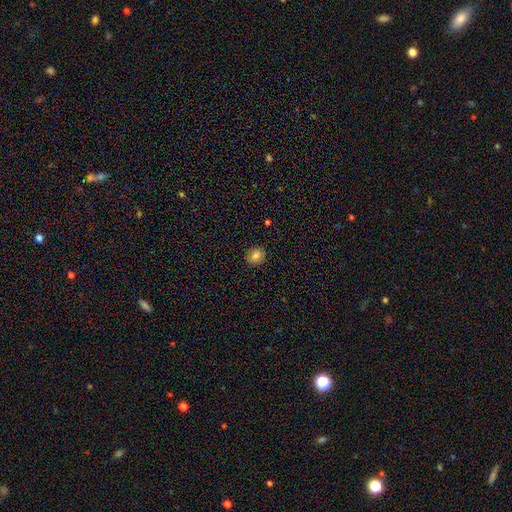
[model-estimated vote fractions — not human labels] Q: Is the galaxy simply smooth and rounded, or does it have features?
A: smooth — 76%.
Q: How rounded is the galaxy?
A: round — 83%.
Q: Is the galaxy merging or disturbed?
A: none — 88%.